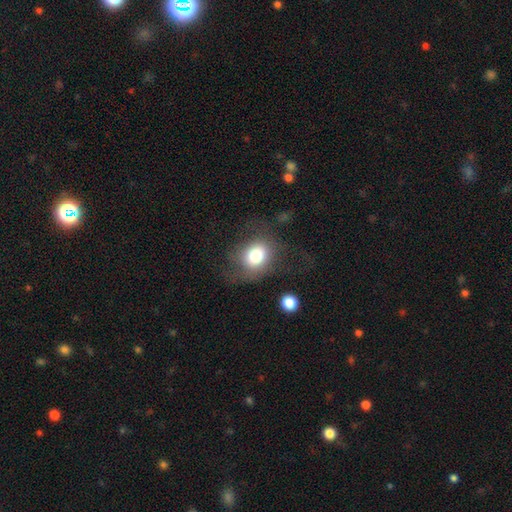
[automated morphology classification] Smooth or featured?
  - smooth: 74% *
  - featured or disk: 16%
  - star or artifact: 10%
How rounded?
  - round: 63% *
  - in between: 36%
  - cigar-shaped: 1%
Merging?
  - none: 54% *
  - major disturbance: 23%
  - minor disturbance: 20%
  - merger: 3%